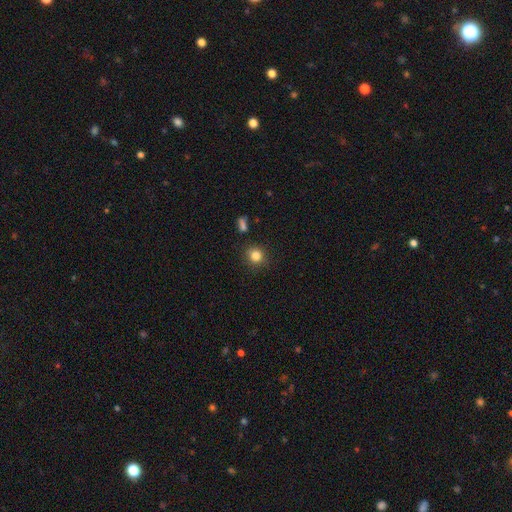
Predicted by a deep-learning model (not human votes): Q: Smooth or featured?
A: smooth (83%); runner-up: star or artifact (12%)
Q: How rounded?
A: round (89%); runner-up: in between (10%)
Q: Merging?
A: none (86%); runner-up: minor disturbance (9%)